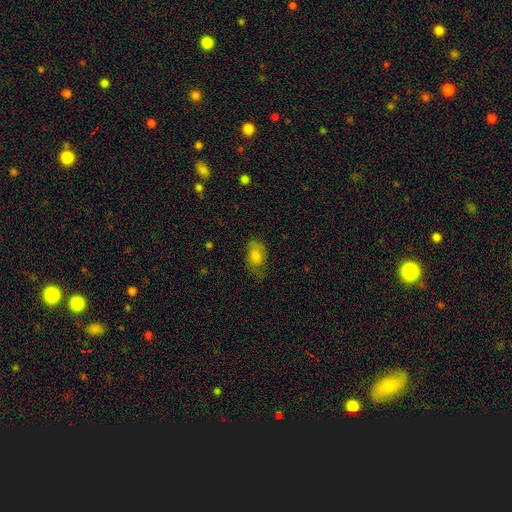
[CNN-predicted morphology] Smooth or featured? Predicted: smooth (p=0.75). How rounded? Predicted: in between (p=0.88). Merging? Predicted: none (p=0.57).